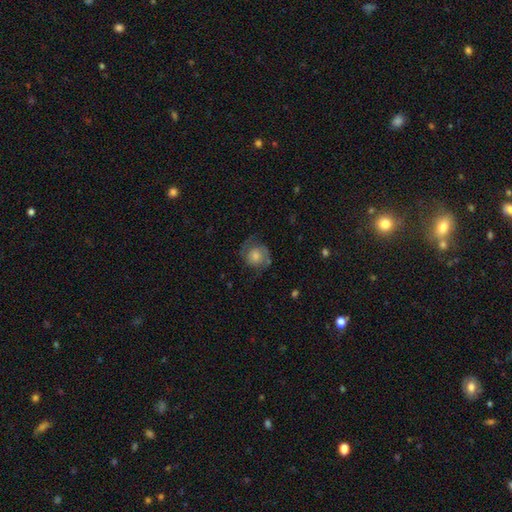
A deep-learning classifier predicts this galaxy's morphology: type=featured or disk (62%); edge-on=no (97%); bar=no (76%); spiral arms=yes (90%); winding=medium (44%); arm count=2 (86%); bulge=moderate (36%); merging=none (67%).